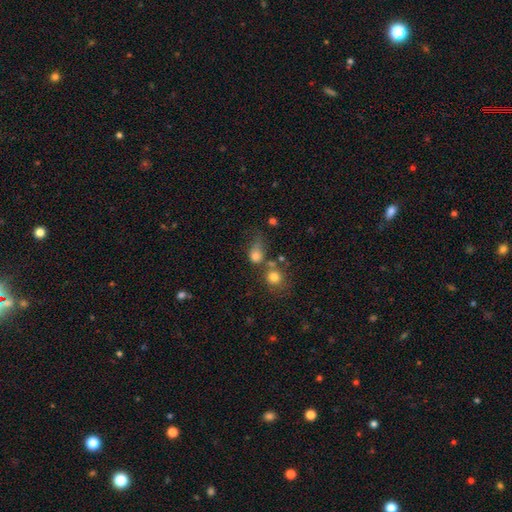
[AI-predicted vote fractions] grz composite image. It shows a smooth galaxy with no disk features (75%) that is round (62%). Merging: none (33%).